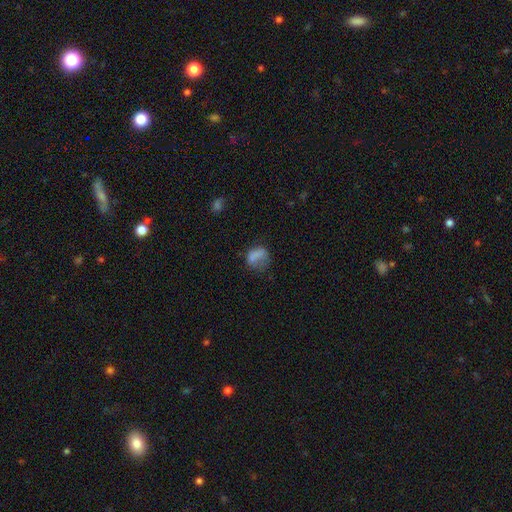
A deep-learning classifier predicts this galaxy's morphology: This is likely a smooth galaxy (72%). How rounded: possibly in between (55%). Merging: marginally none (39%).